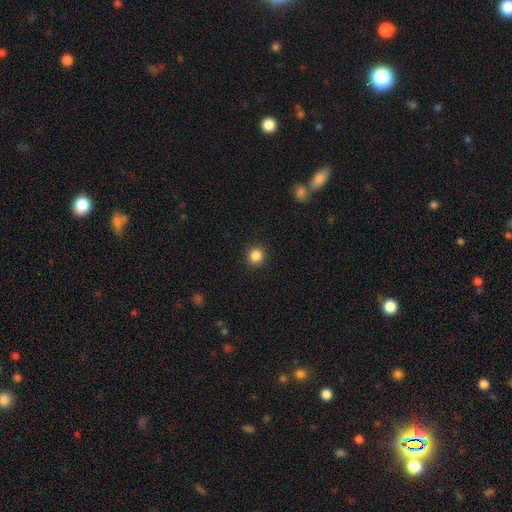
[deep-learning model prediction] smooth_or_featured: smooth (p=0.86) [alt: star or artifact p=0.11]
how_rounded: round (p=0.93) [alt: in between p=0.06]
merging: none (p=0.92) [alt: minor disturbance p=0.05]